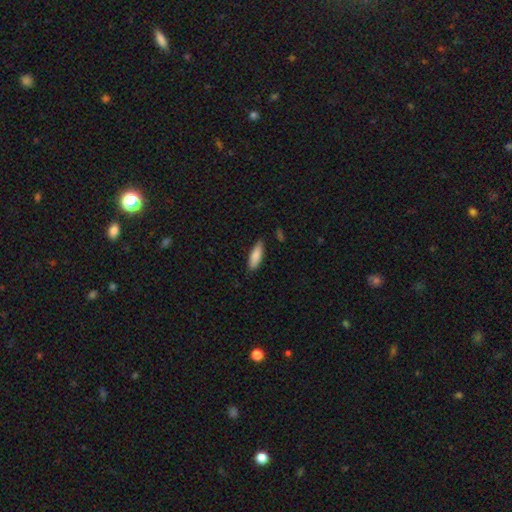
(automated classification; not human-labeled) Overall: smooth (86%). How rounded: in between (50%; cigar-shaped 48%). Merging: none (83%).